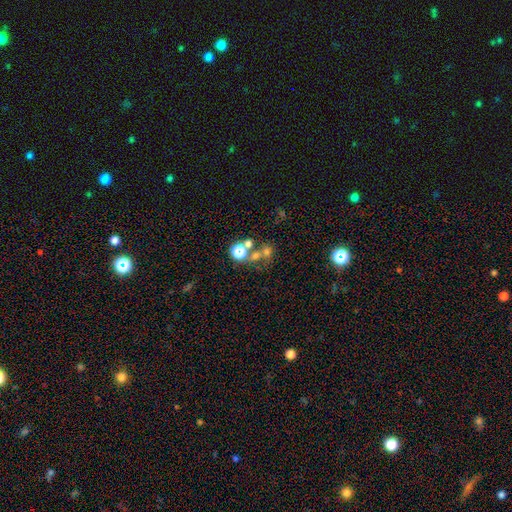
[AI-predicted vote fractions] smooth-or-featured: smooth: 44% | star or artifact: 38% | featured or disk: 18%
  merging: none: 45% | merger: 38% | minor disturbance: 9% | major disturbance: 8%